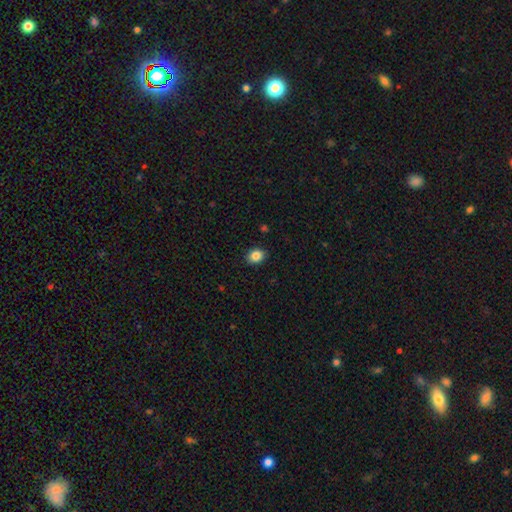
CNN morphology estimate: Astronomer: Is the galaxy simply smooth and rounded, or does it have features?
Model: smooth — 86%.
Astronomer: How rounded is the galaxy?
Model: in between — 53% (runner-up: round, 46%).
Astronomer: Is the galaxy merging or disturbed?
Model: none — 89%.